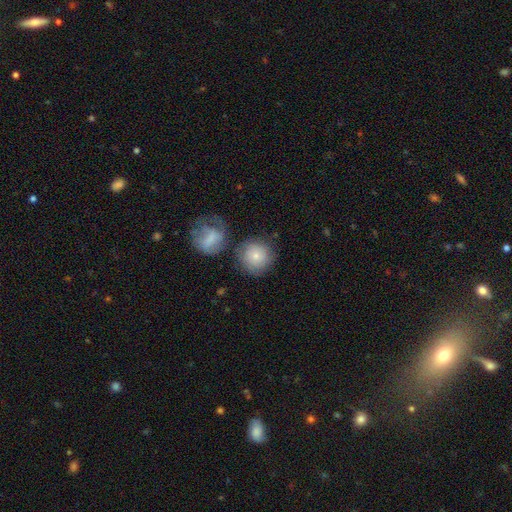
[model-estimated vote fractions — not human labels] smooth 78%, featured or disk 14%, star or artifact 7%. Down the decision tree: how rounded — round (92%); merging — none (67%).